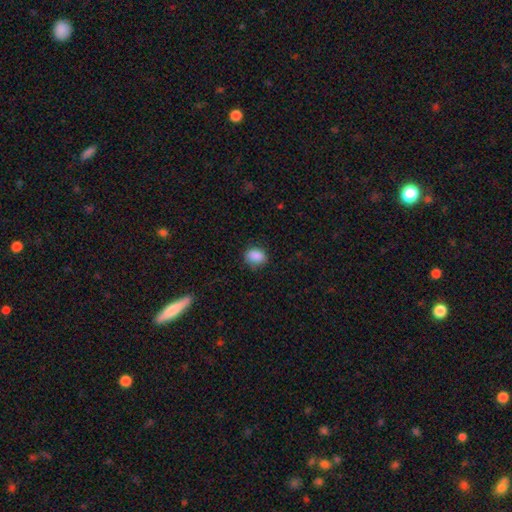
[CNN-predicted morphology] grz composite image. It shows a smooth galaxy with no disk features (88%) that is in between round and cigar-shaped (56%). Merging: none (77%).